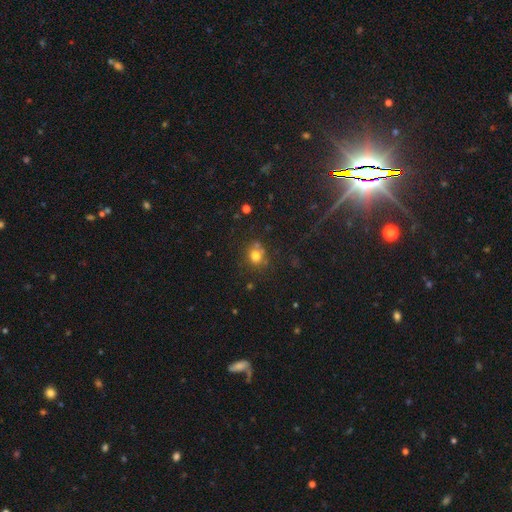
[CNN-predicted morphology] Smooth or featured: smooth — 74% (star or artifact — 16%)
How rounded: round — 80% (in between — 19%)
Merging: none — 64% (merger — 16%)